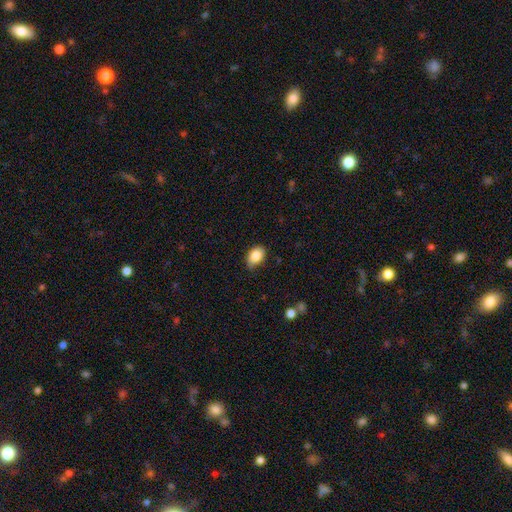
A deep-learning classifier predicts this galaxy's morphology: This is clearly a smooth galaxy (85%). How rounded: clearly in between (81%). Merging: likely none (72%).